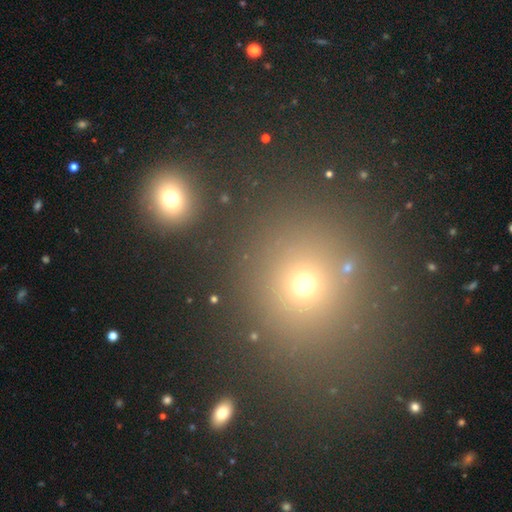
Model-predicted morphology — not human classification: Smooth or featured?
  - smooth: 55% *
  - star or artifact: 36%
  - featured or disk: 9%
How rounded?
  - round: 84% *
  - in between: 15%
  - cigar-shaped: 1%
Merging?
  - none: 81% *
  - merger: 8%
  - minor disturbance: 7%
  - major disturbance: 4%